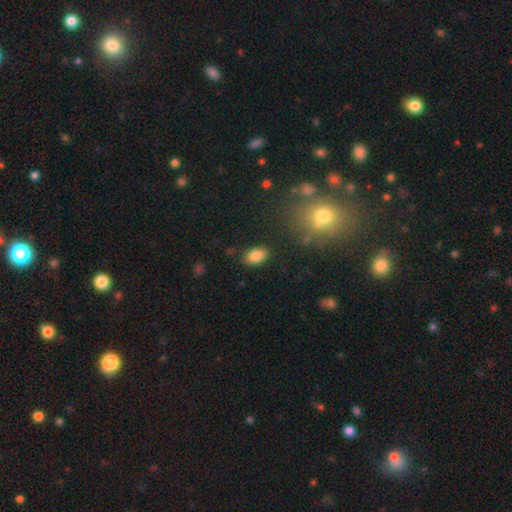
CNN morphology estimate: Smooth or featured? smooth (85%)
How rounded? in between (90%)
Merging? none (85%)